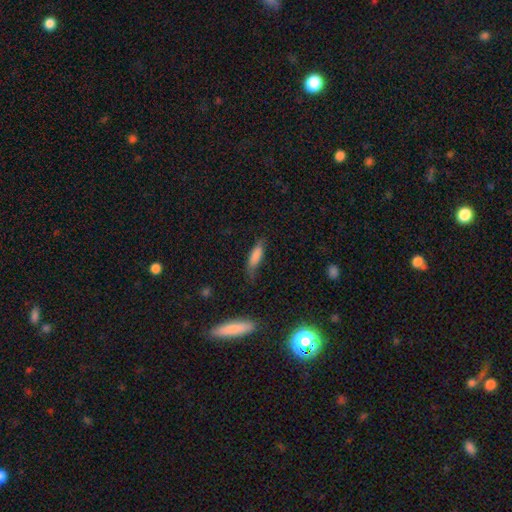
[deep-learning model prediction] Smooth or featured? smooth (79%)
How rounded? cigar-shaped (55%)
Merging? none (57%)